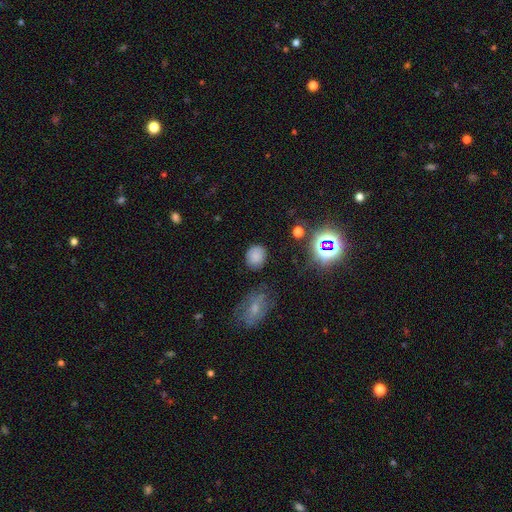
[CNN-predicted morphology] This appears to be a smooth galaxy with no disk features (78%) that is round (67%). Merging: none (81%).